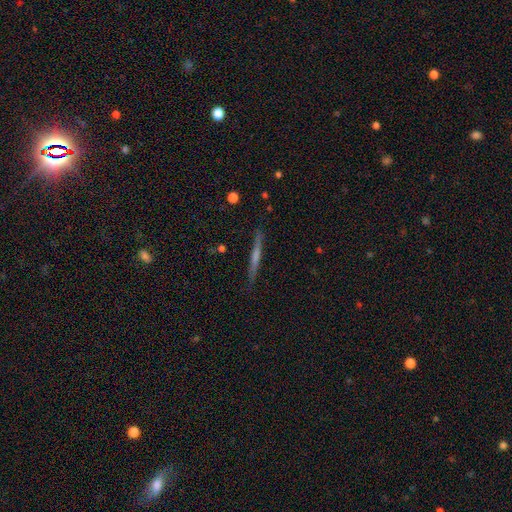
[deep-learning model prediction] This is possibly a featured or disk galaxy (58%). It is clearly viewed edge-on (97%). Edge-on bulge: likely none (61%). Merging: clearly none (89%).